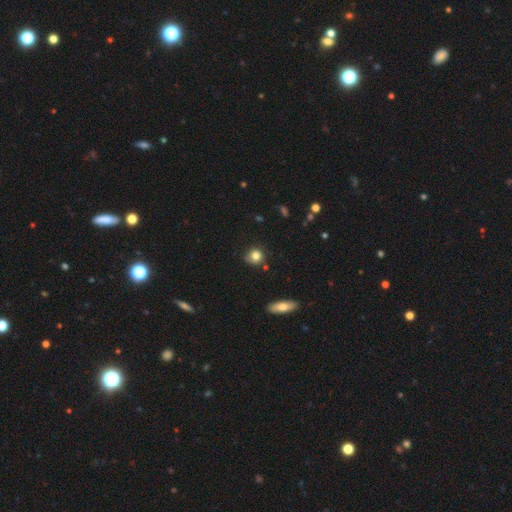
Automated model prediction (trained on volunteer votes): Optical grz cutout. It shows a smooth galaxy with no disk features (80%) that is round (85%). Merging: none (72%).